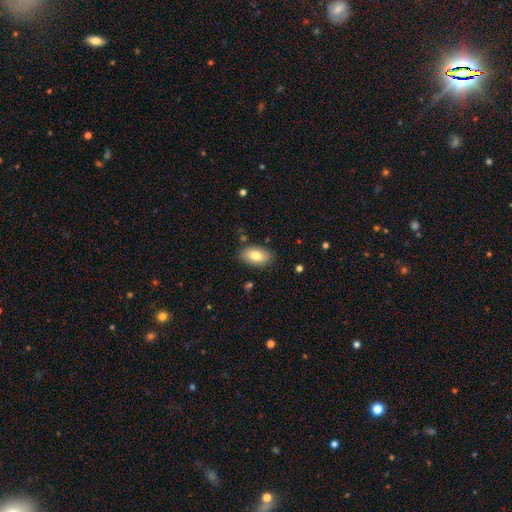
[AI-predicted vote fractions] smooth_or_featured: smooth (p=0.80) [alt: featured or disk p=0.13]
how_rounded: in between (p=0.93) [alt: round p=0.04]
merging: none (p=0.84) [alt: minor disturbance p=0.12]